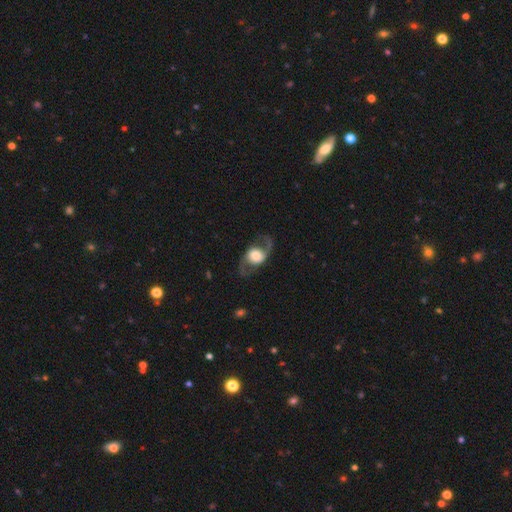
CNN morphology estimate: Overall: featured or disk (75%). Edge-on disk: no (93%). Bar: no (63%; weak 26%). Spiral arms: yes (87%). Spiral arm count: 2 (92%). Spiral winding: loose (57%; medium 36%). Bulge size: large (42%; moderate 34%). Merging: none (75%).